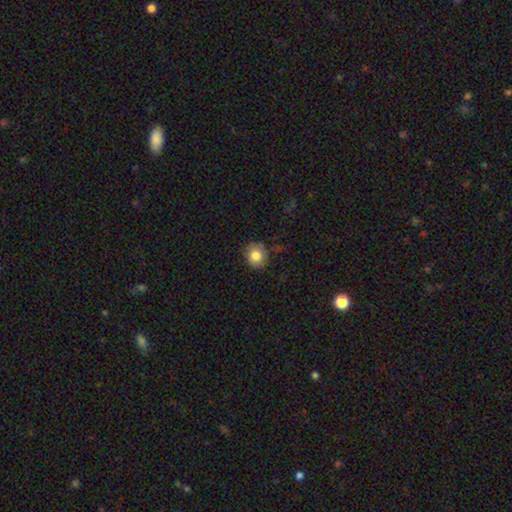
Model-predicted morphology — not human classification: A smooth galaxy with no disk features (82%) that is round (83%). Merging: none (79%).